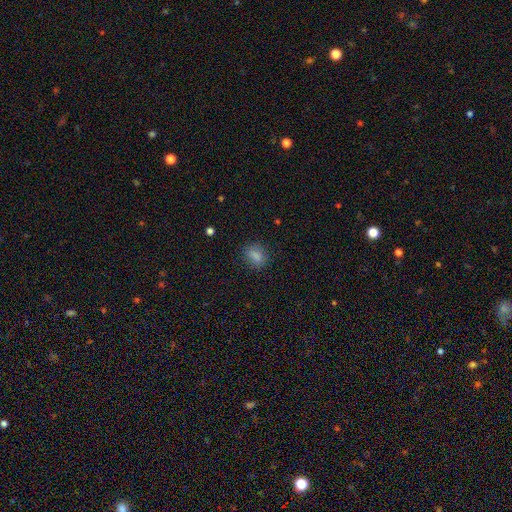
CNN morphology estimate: Smooth or featured? smooth (82%)
How rounded? in between (62%)
Merging? none (79%)